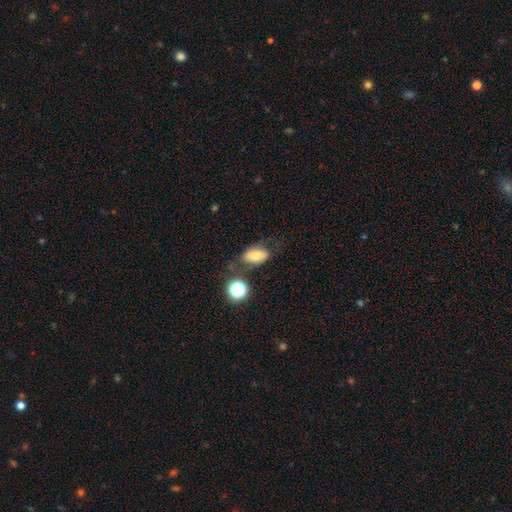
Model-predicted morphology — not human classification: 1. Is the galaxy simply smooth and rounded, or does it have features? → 71% smooth, 17% featured or disk, 12% star or artifact.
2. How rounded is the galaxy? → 86% in between, 11% round, 2% cigar-shaped.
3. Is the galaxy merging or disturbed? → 60% none, 22% minor disturbance, 10% major disturbance, 8% merger.